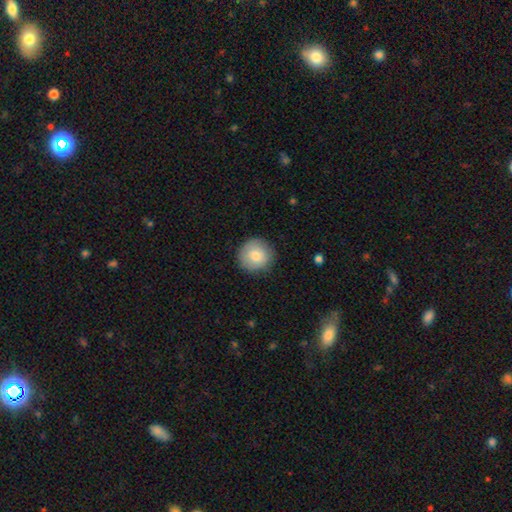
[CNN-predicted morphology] Smooth or featured? Predicted: smooth (p=0.82). How rounded? Predicted: round (p=0.94). Merging? Predicted: none (p=0.86).